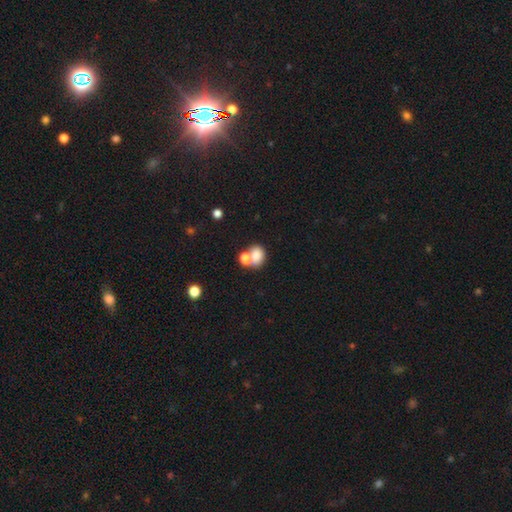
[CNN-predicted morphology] smooth_or_featured: smooth (p=0.77) [alt: featured or disk p=0.13]
how_rounded: in between (p=0.59) [alt: round p=0.40]
merging: merger (p=0.55) [alt: none p=0.31]